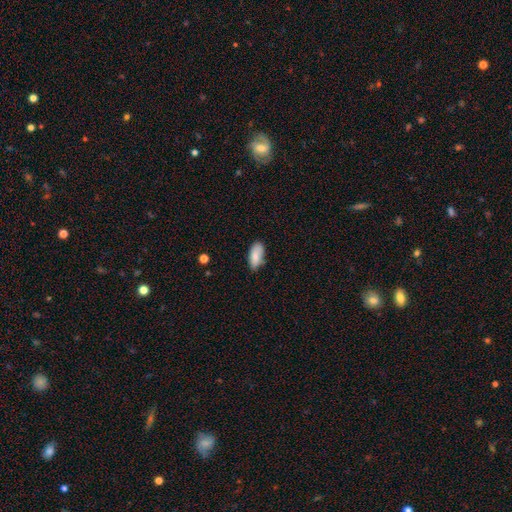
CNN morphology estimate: The model was most divided on "merging": none: 65%, minor disturbance: 27%, major disturbance: 4%, merger: 3%. More confident: how rounded — in between (90%); smooth or featured — smooth (84%).